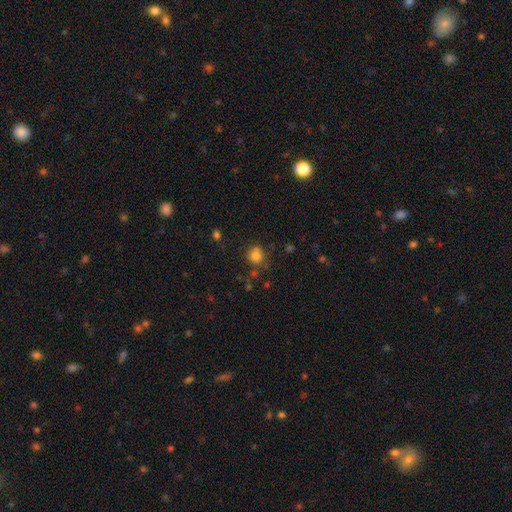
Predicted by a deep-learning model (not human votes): This appears to be a smooth galaxy with no disk features (81%) that is round (87%). Merging: none (75%).